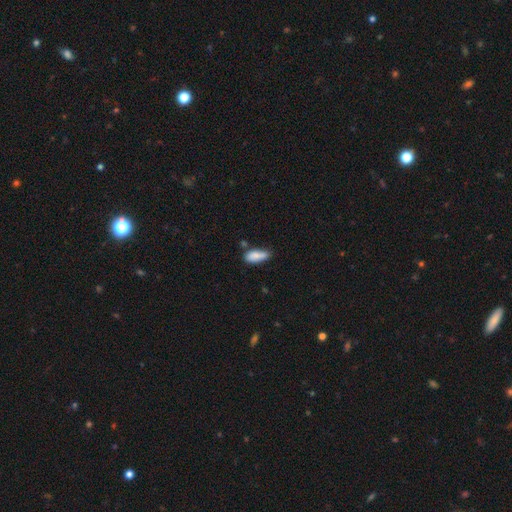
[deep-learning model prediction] smooth 83%, featured or disk 10%, star or artifact 7%. Down the decision tree: how rounded — in between (72%); merging — none (51%).